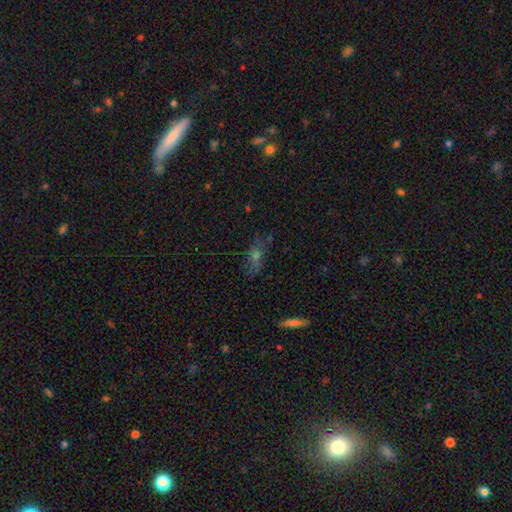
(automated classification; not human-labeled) smooth-or-featured: smooth: 46% | featured or disk: 31% | star or artifact: 23%
  merging: none: 71% | minor disturbance: 18% | major disturbance: 8% | merger: 3%